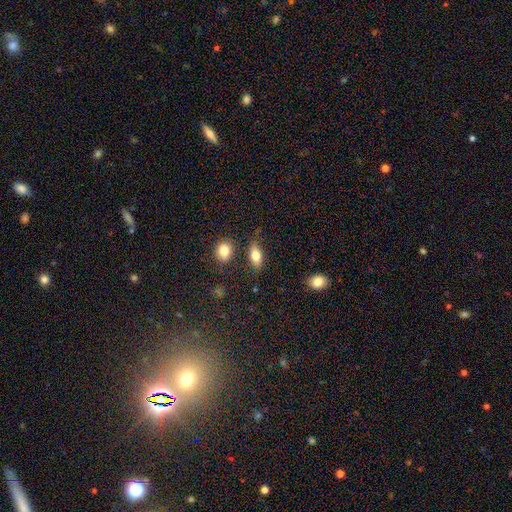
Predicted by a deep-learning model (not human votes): A smooth galaxy with no disk features (76%) that is in between round and cigar-shaped (81%). Merging: none (78%).